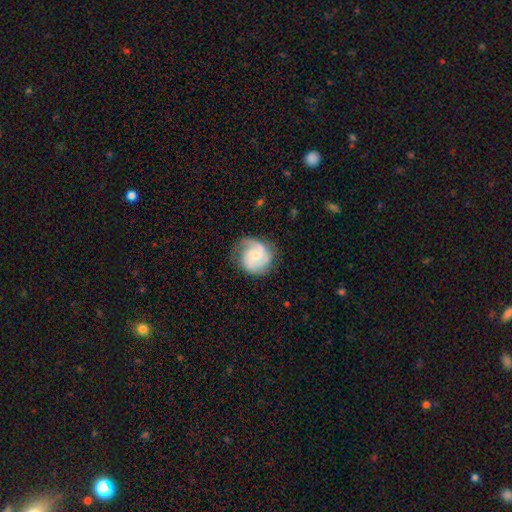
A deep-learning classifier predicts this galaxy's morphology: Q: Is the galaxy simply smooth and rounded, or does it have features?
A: featured or disk — 79%.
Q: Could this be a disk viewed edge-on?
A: no — 98%.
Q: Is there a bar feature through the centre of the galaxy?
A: no — 48%.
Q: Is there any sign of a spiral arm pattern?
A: yes — 96%.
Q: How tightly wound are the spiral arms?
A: medium — 47%.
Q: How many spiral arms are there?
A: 2 — 63%.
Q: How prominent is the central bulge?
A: small — 49%.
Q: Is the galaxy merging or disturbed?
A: none — 69%.